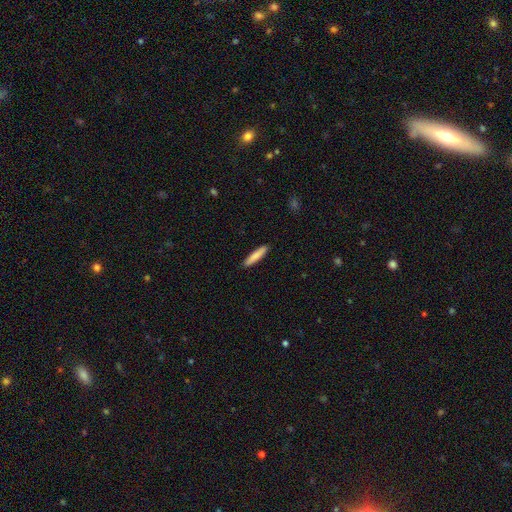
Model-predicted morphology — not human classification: Q: Smooth or featured?
A: smooth (83%); runner-up: featured or disk (12%)
Q: How rounded?
A: cigar-shaped (89%); runner-up: in between (10%)
Q: Merging?
A: none (91%); runner-up: minor disturbance (6%)